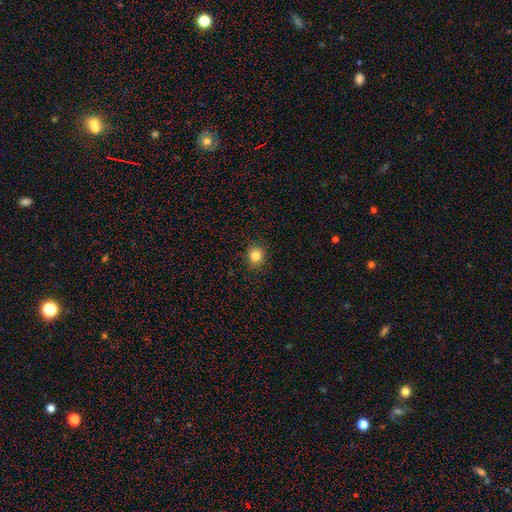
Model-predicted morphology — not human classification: Smooth or featured? Predicted: smooth (p=0.83). How rounded? Predicted: round (p=0.82). Merging? Predicted: none (p=0.91).